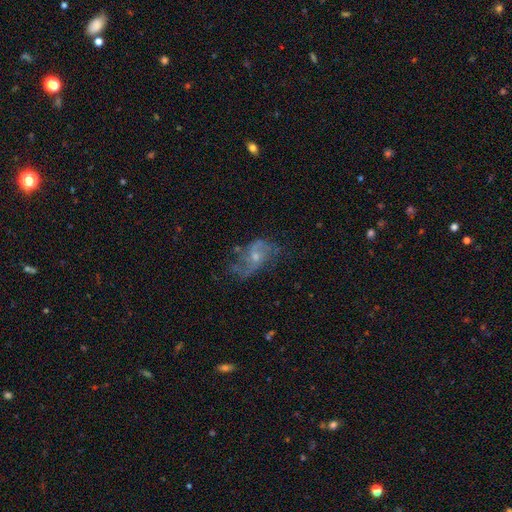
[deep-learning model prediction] Overall: featured or disk (72%). Edge-on disk: no (96%). Bar: no (66%; weak 29%). Spiral arms: yes (80%). Spiral arm count: 2 (75%). Spiral winding: loose (66%; medium 27%). Bulge size: small (51%; moderate 40%). Merging: none (52%; minor disturbance 24%).